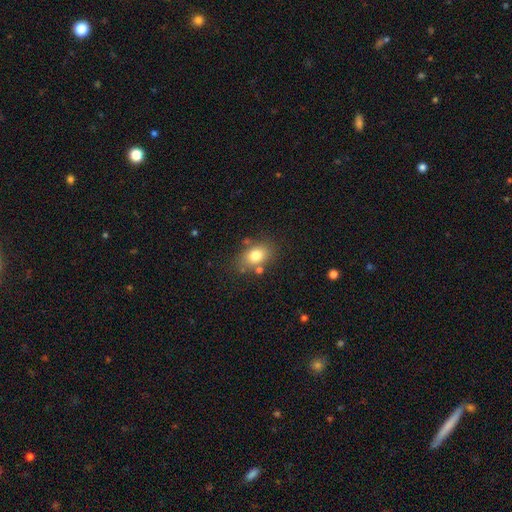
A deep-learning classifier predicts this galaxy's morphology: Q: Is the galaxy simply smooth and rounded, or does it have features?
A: smooth — 78%.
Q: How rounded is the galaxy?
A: in between — 75%.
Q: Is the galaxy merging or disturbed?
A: none — 73%.